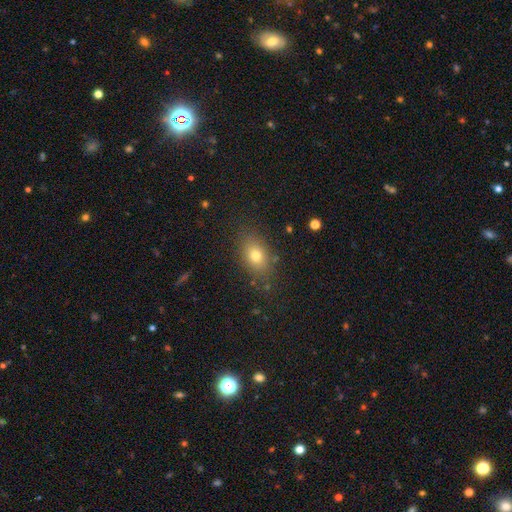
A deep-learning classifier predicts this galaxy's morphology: This is likely a smooth galaxy (75%). How rounded: likely in between (78%). Merging: clearly none (82%).